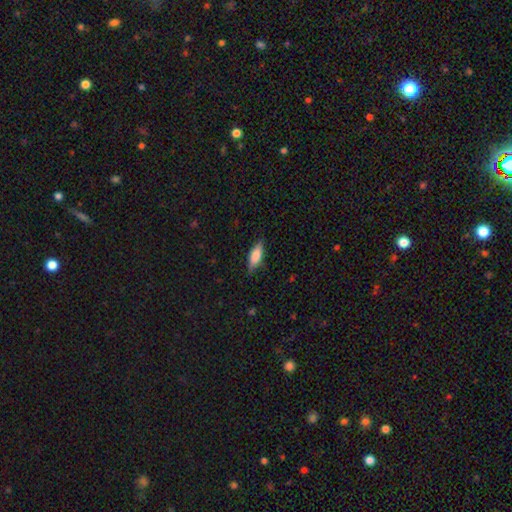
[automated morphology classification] Smooth or featured? smooth (72%)
How rounded? in between (64%)
Merging? none (80%)